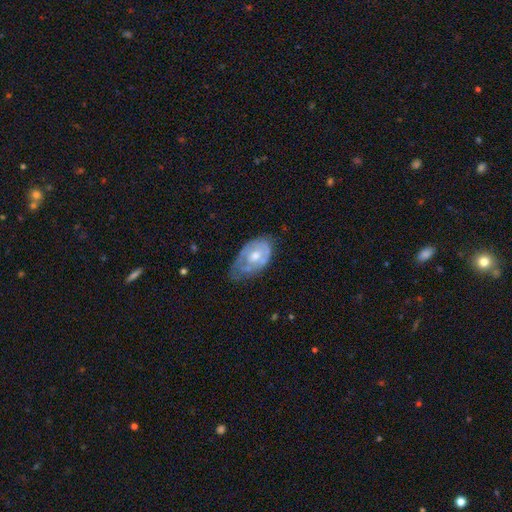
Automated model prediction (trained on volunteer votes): A featured or disk galaxy (62%) with no bar (78%), spiral arms (53%) and a moderate central bulge (66%).

Vote fractions:
- Smooth or featured? featured or disk: 62% / smooth: 32% / star or artifact: 6%
- Edge-on disk? no: 94% / yes: 6%
- Bar? no: 78% / weak: 19% / strong: 3%
- Spiral arms? yes: 53% / no: 47%
- Bulge size? moderate: 66% / small: 25% / large: 6% / none: 2% / dominant: 1%
- Merging? minor disturbance: 38% (tied) / none: 38% (tied) / major disturbance: 21% / merger: 3%